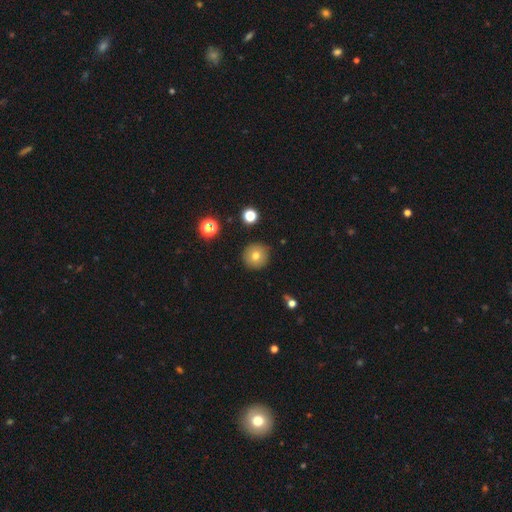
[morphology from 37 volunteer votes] Smooth or featured: smooth — 81% (featured or disk — 16%)
How rounded: round — 97% (in between — 3%)
Merging: none — 83% (minor disturbance — 11%)